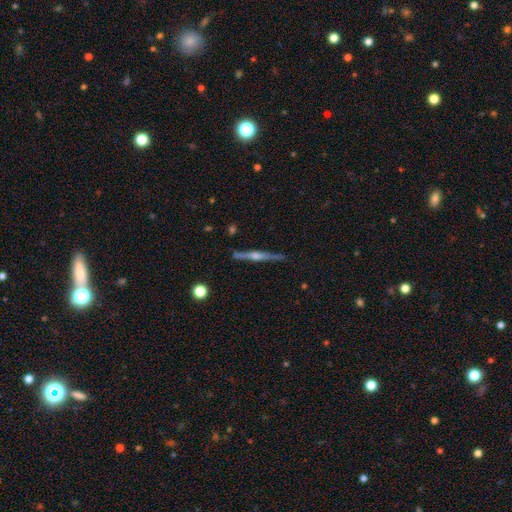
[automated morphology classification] Smooth or featured: featured or disk — 82% (smooth — 12%)
Edge-on disk: yes — 98% (no — 2%)
Edge-on bulge: rounded — 89% (boxy — 6%)
Merging: none — 89% (minor disturbance — 7%)